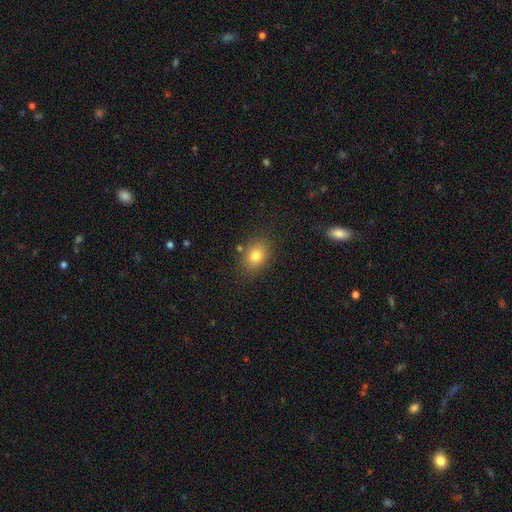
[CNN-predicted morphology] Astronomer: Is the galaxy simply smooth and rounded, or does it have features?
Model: smooth — 79%.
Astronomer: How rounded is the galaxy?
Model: in between — 54% (runner-up: round, 45%).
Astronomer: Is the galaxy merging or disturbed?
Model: none — 81%.